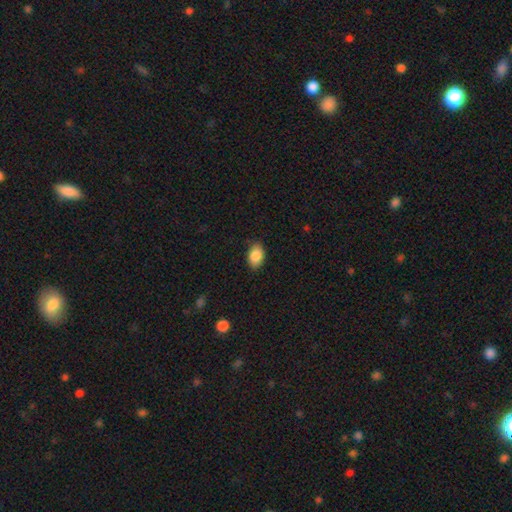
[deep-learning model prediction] smooth-or-featured: smooth: 87% | star or artifact: 7% | featured or disk: 5%
  how-rounded: in between: 87% | round: 11% | cigar-shaped: 1%
  merging: none: 84% | minor disturbance: 12% | major disturbance: 3% | merger: 1%